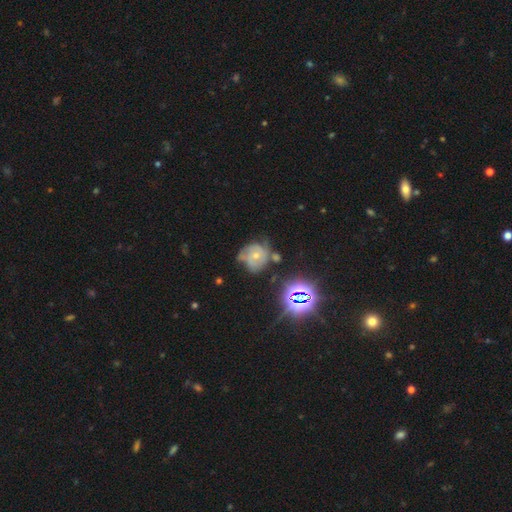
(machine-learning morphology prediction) Smooth or featured?
  - featured or disk: 59% *
  - smooth: 24%
  - star or artifact: 17%
Edge-on disk?
  - no: 97% *
  - yes: 3%
Bar?
  - no: 80% *
  - weak: 16%
  - strong: 4%
Spiral arms?
  - yes: 79% *
  - no: 21%
Bulge size?
  - small: 52% *
  - moderate: 43%
  - none: 2%
  - large: 2%
  - dominant: 1%
Merging?
  - none: 40% *
  - minor disturbance: 32%
  - major disturbance: 17%
  - merger: 11%